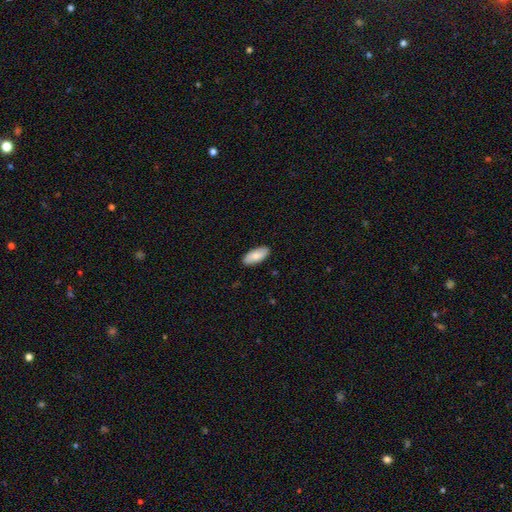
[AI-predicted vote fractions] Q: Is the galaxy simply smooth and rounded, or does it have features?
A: smooth — 83%.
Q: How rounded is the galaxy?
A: in between — 88%.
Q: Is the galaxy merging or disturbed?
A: none — 89%.